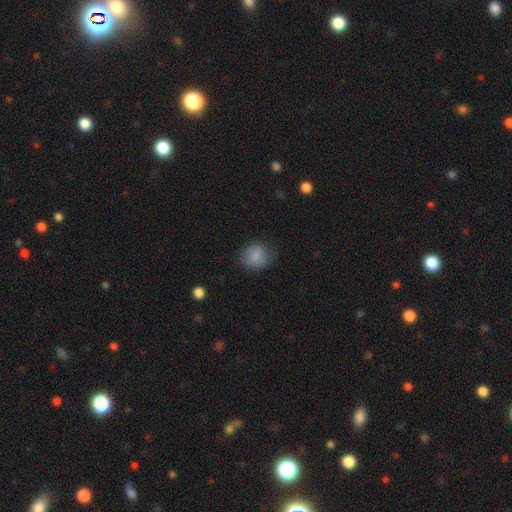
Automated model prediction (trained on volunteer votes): Morphology: type=smooth (84%); roundness=round (70%); merging=none (75%).